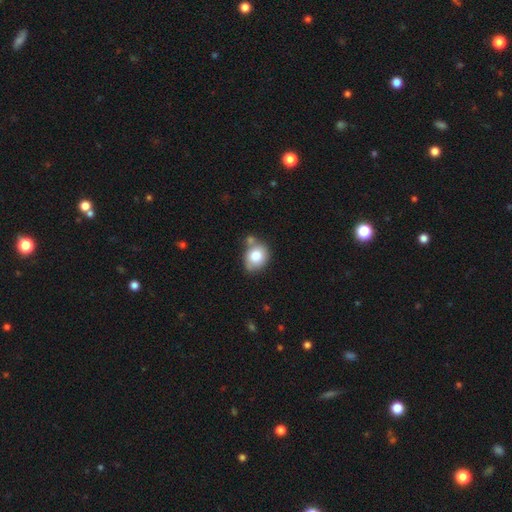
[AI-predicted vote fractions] Smooth or featured: smooth — 79% (featured or disk — 13%)
How rounded: round — 51% (in between — 48%)
Merging: none — 53% (minor disturbance — 21%)